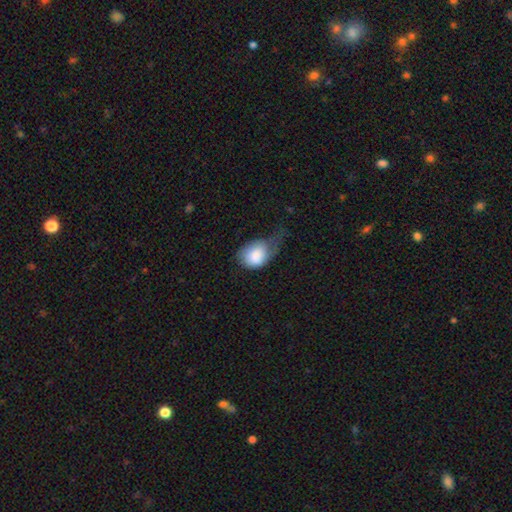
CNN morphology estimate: Smooth or featured: smooth — 81% (featured or disk — 13%)
How rounded: in between — 66% (round — 33%)
Merging: major disturbance — 44% (minor disturbance — 37%)